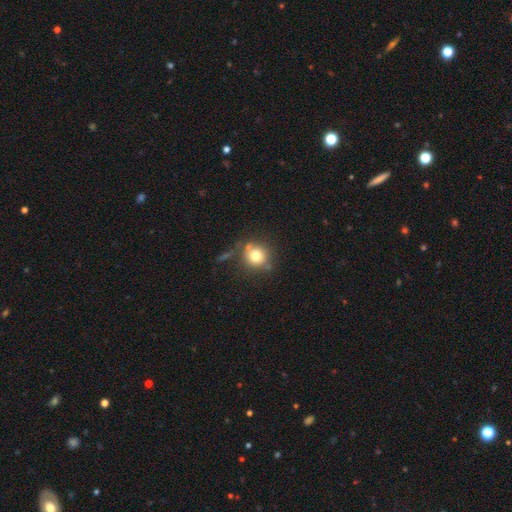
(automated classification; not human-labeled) Smooth or featured? smooth (76%)
How rounded? round (88%)
Merging? none (69%)